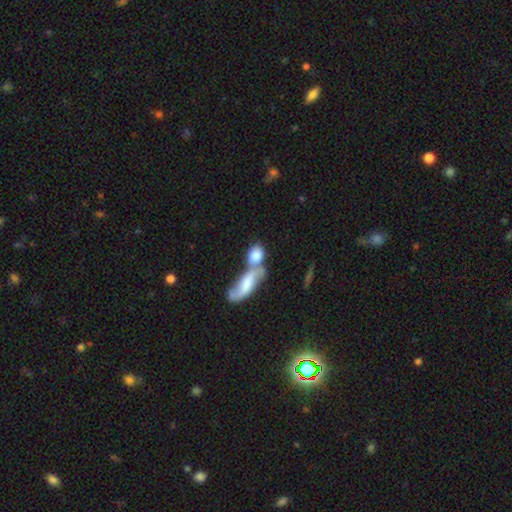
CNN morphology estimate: The model was most divided on "how rounded": in between: 65%, round: 25%, cigar-shaped: 10%. More confident: smooth or featured — smooth (72%); merging — merger (64%).